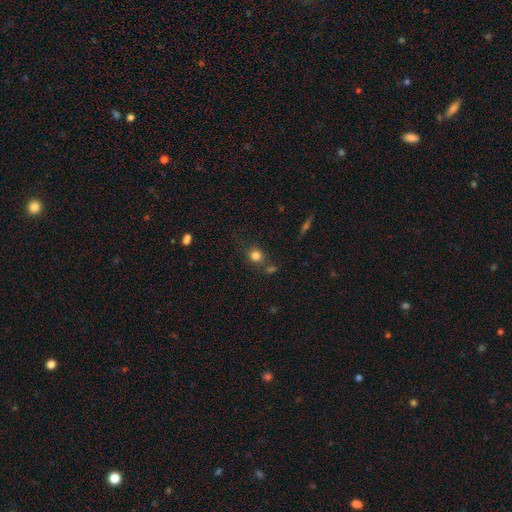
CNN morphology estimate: Q: Smooth or featured?
A: smooth (81%); runner-up: star or artifact (12%)
Q: How rounded?
A: round (76%); runner-up: in between (22%)
Q: Merging?
A: none (69%); runner-up: minor disturbance (14%)